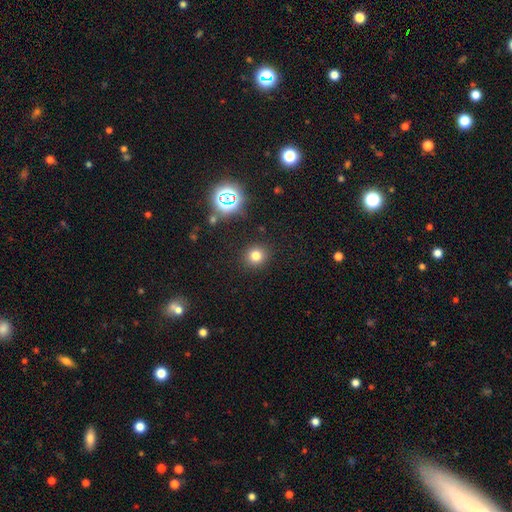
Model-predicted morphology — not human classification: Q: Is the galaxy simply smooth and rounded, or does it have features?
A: smooth — 75%.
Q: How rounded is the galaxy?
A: round — 87%.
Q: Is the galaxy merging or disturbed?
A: none — 89%.